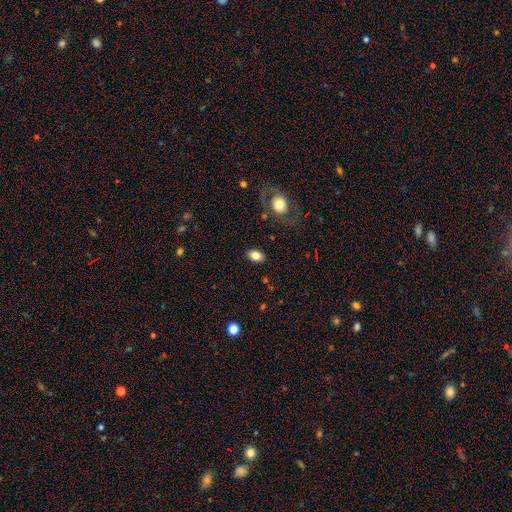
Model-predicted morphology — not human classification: Overall: smooth (81%). How rounded: in between (86%). Merging: none (87%).